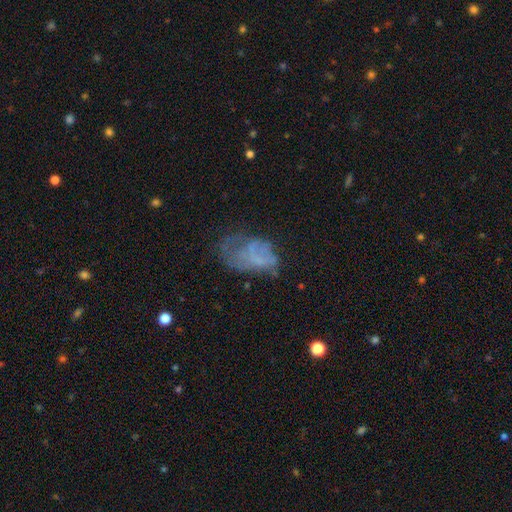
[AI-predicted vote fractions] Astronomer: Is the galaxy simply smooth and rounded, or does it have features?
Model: featured or disk — 45% (runner-up: smooth, 40%).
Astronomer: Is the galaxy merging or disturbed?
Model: major disturbance — 36% (runner-up: none, 35%).